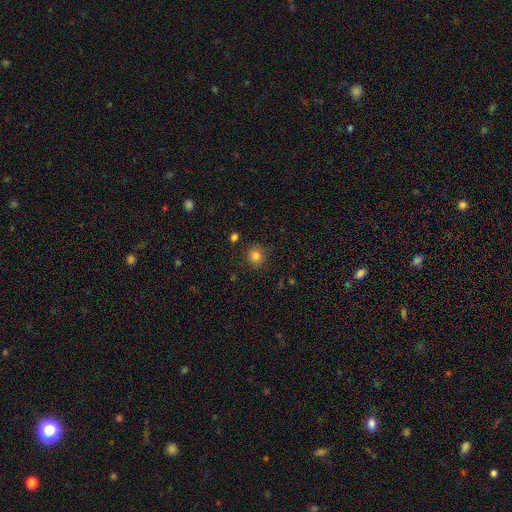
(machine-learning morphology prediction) The model was most divided on "smooth or featured": smooth: 82%, star or artifact: 12%, featured or disk: 5%. More confident: how rounded — round (87%); merging — none (84%).